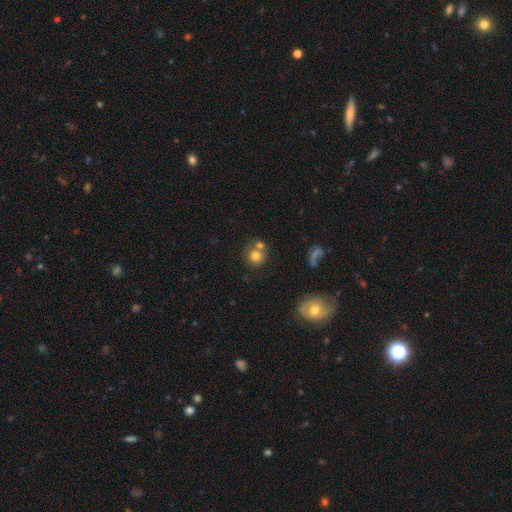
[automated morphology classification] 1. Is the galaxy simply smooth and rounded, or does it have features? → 75% smooth, 14% featured or disk, 11% star or artifact.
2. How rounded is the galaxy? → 86% round, 13% in between, 1% cigar-shaped.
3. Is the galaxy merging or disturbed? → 53% none, 31% merger, 11% minor disturbance, 5% major disturbance.